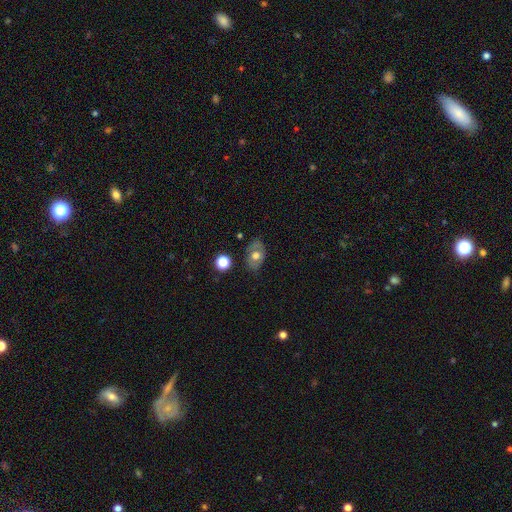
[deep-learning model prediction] Q: Smooth or featured?
A: smooth (57%); runner-up: featured or disk (34%)
Q: How rounded?
A: in between (77%); runner-up: round (21%)
Q: Merging?
A: none (76%); runner-up: minor disturbance (17%)